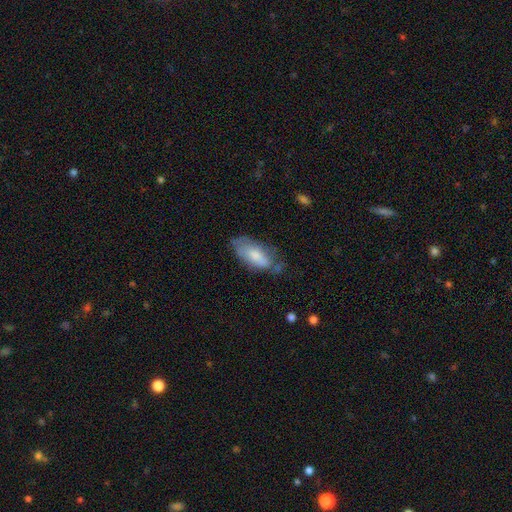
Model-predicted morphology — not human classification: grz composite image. It shows a smooth galaxy with no disk features (70%) that is in between round and cigar-shaped (86%). Merging: none (48%).